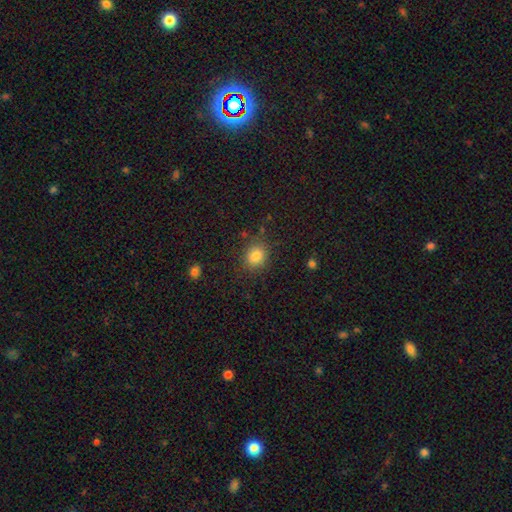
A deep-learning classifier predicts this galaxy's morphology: smooth-or-featured: smooth: 83% | star or artifact: 11% | featured or disk: 5%
  how-rounded: round: 60% | in between: 39% | cigar-shaped: 1%
  merging: none: 80% | minor disturbance: 12% | major disturbance: 4% | merger: 3%